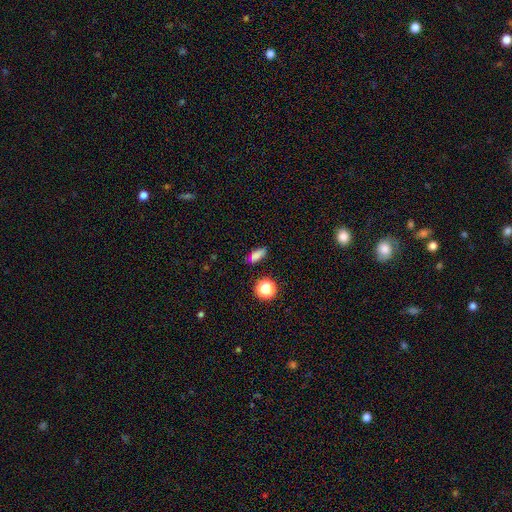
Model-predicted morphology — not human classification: smooth 78%, star or artifact 15%, featured or disk 7%. Down the decision tree: how rounded — in between (68%); merging — none (75%).